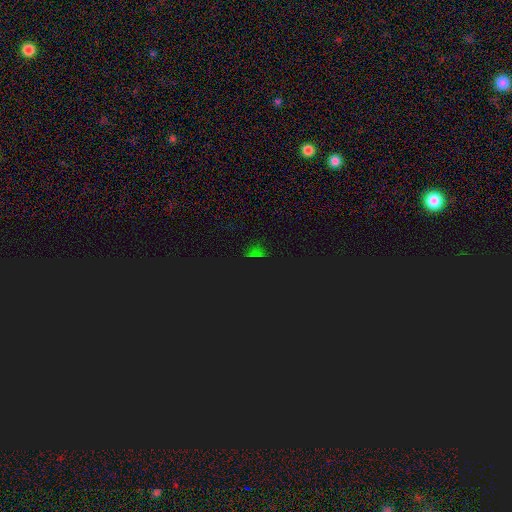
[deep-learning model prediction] smooth_or_featured: star or artifact (p=0.74) [alt: smooth p=0.19]